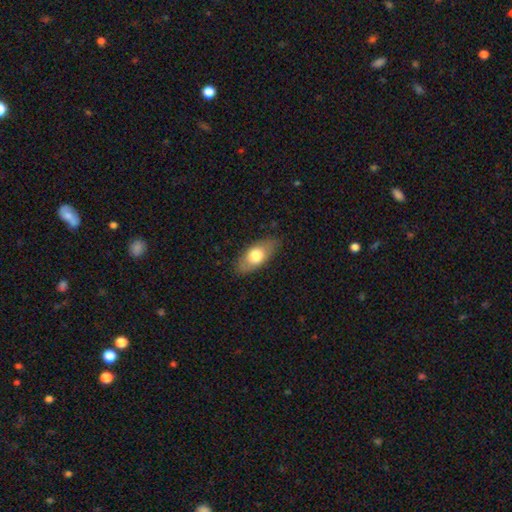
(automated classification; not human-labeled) This is likely a smooth galaxy (68%). How rounded: clearly in between (85%). Merging: clearly none (83%).